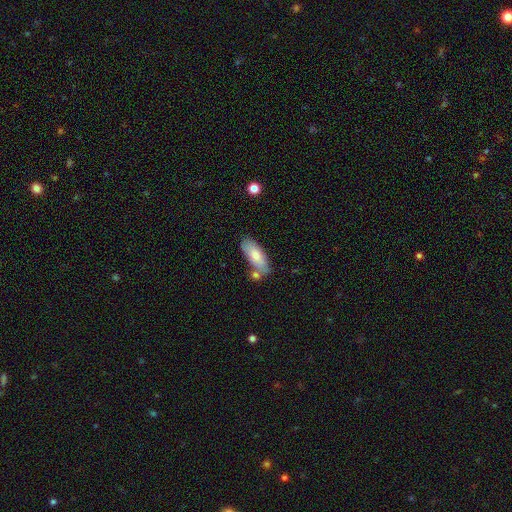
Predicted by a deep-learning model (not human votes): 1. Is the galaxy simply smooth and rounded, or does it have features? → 73% smooth, 21% featured or disk, 6% star or artifact.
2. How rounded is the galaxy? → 77% in between, 21% cigar-shaped, 2% round.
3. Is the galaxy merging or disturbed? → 67% none, 17% minor disturbance, 13% merger, 4% major disturbance.